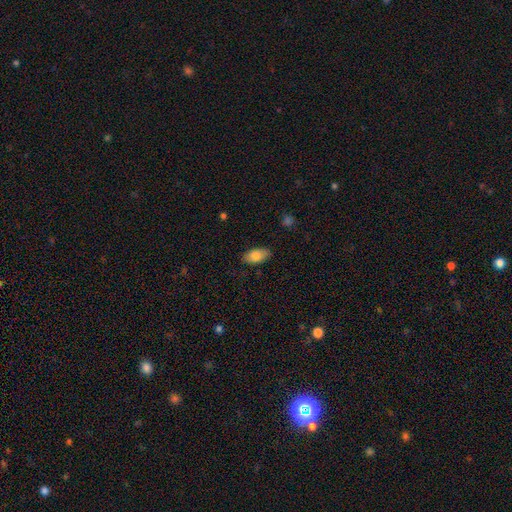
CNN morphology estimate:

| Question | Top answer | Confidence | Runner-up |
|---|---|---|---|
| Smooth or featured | smooth | 80% | featured or disk (13%) |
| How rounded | in between | 92% | cigar-shaped (5%) |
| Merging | none | 85% | minor disturbance (11%) |